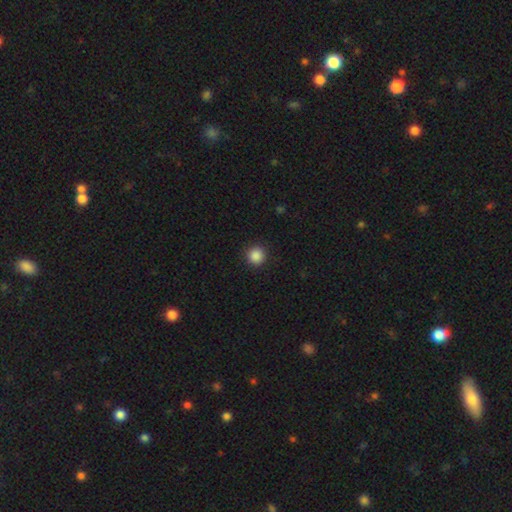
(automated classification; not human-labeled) This appears to be a smooth galaxy with no disk features (87%) that is round (94%). Merging: none (91%).